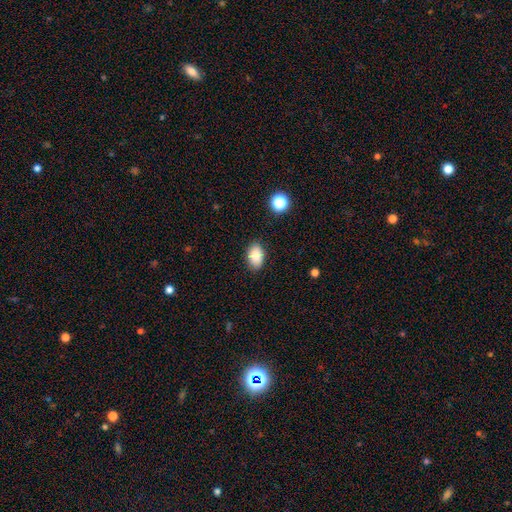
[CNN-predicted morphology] Smooth or featured: smooth — 85% (star or artifact — 8%)
How rounded: in between — 89% (round — 9%)
Merging: none — 86% (minor disturbance — 11%)